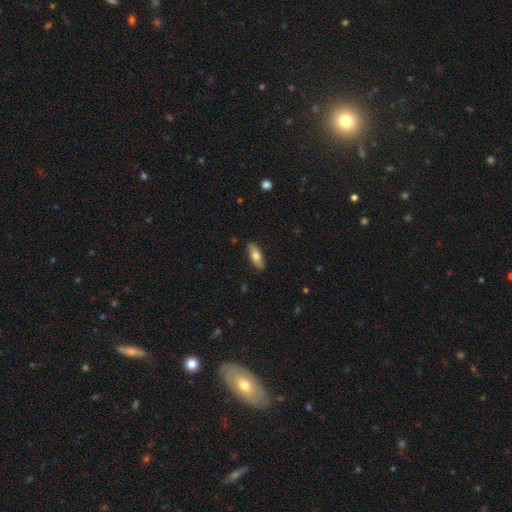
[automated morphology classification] Smooth or featured? Predicted: smooth (p=0.75). How rounded? Predicted: in between (p=0.66). Merging? Predicted: none (p=0.87).